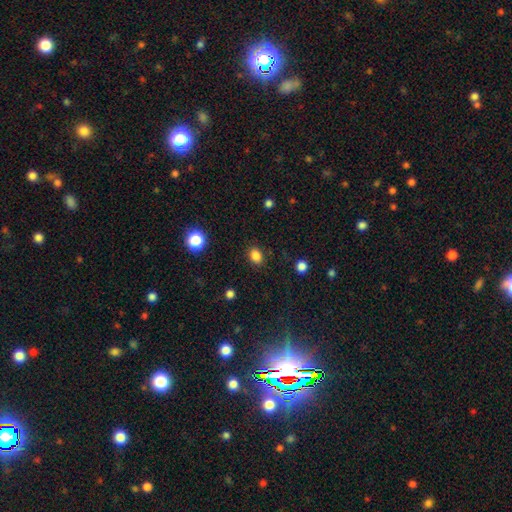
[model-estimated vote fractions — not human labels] This appears to be a smooth galaxy with no disk features (85%) that is in between round and cigar-shaped (65%). Merging: none (87%).